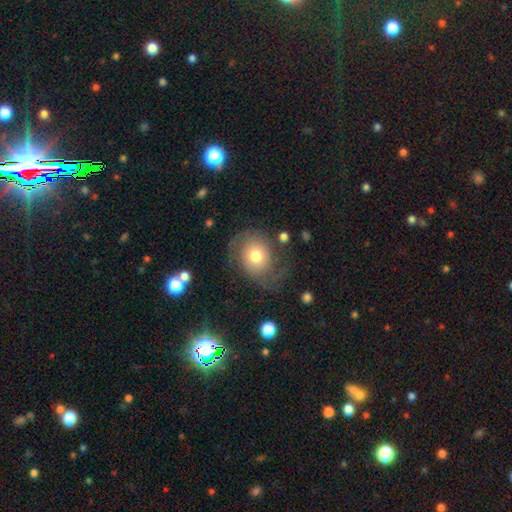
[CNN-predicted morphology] Smooth or featured? smooth (46%)
Merging? none (56%)